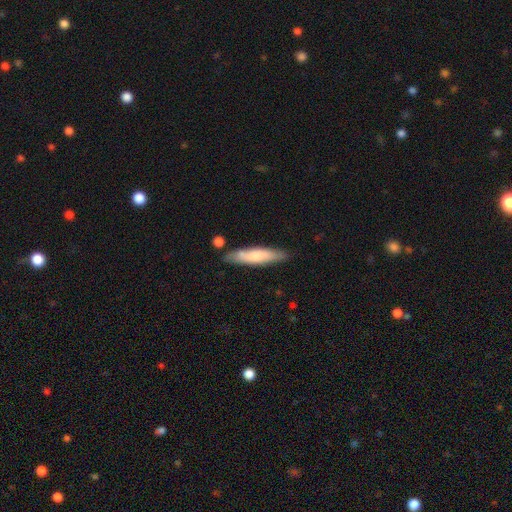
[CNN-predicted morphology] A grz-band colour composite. It shows a smooth galaxy with no disk features (68%) that is cigar-shaped (80%). Merging: none (77%).